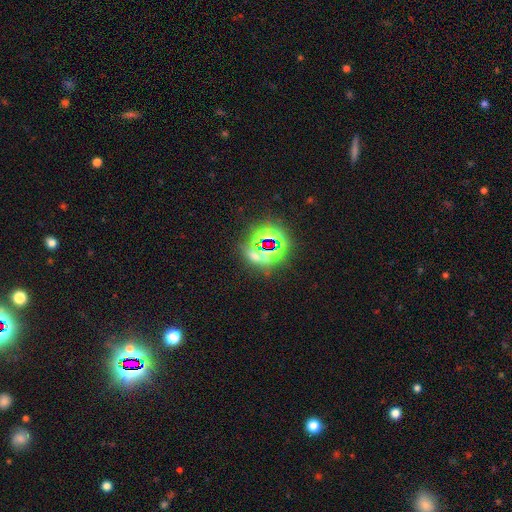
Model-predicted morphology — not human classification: A star or artifact, not a galaxy (71%).